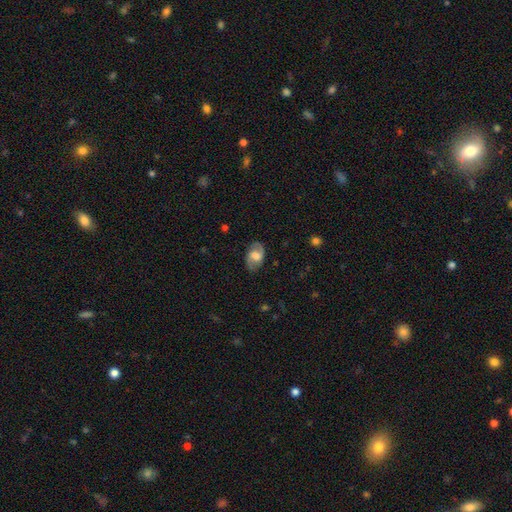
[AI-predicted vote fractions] A featured or disk galaxy (59%) with a weak bar (49%), spiral arms (85%) and a moderate central bulge (42%).

Vote fractions:
- Smooth or featured? featured or disk: 59% / smooth: 34% / star or artifact: 7%
- Edge-on disk? no: 96% / yes: 4%
- Bar? weak: 49% / no: 35% / strong: 16%
- Spiral arms? yes: 85% / no: 15%
- Bulge size? moderate: 42% / large: 32% / small: 15% / none: 9% / dominant: 3%
- Merging? none: 80% / minor disturbance: 14% / major disturbance: 4% / merger: 1%